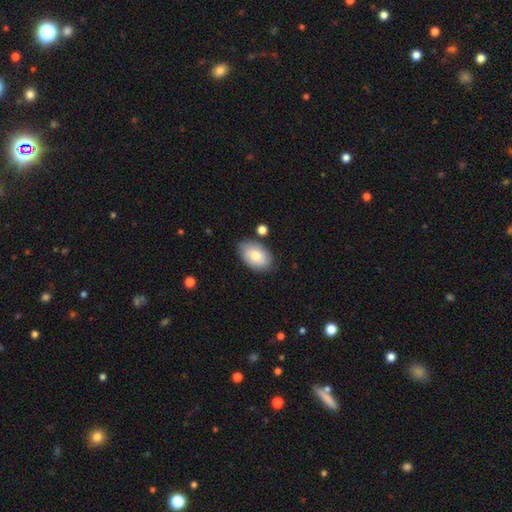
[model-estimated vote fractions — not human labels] Smooth or featured? Predicted: smooth (p=0.69). How rounded? Predicted: in between (p=0.89). Merging? Predicted: none (p=0.76).